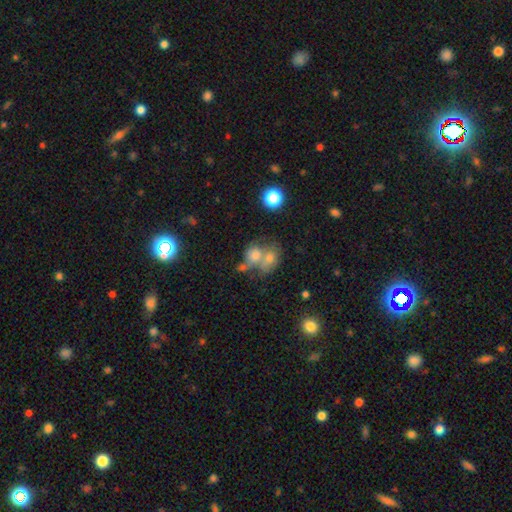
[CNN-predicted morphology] The model was most divided on "how rounded": round: 59%, in between: 40%, cigar-shaped: 2%. More confident: smooth or featured — smooth (65%); merging — merger (58%).